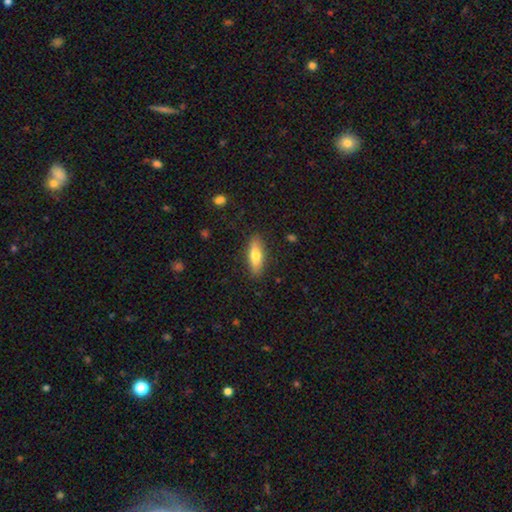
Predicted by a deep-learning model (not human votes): Smooth or featured? Predicted: smooth (p=0.68). How rounded? Predicted: in between (p=0.52). Merging? Predicted: none (p=0.87).